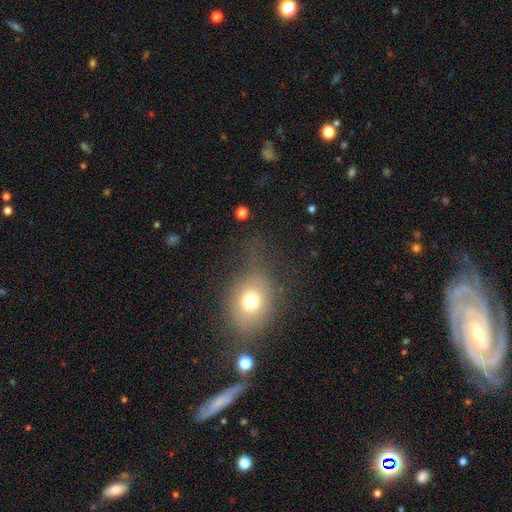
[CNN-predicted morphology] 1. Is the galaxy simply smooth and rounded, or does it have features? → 64% smooth, 20% star or artifact, 16% featured or disk.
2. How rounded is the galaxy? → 54% round, 44% in between, 3% cigar-shaped.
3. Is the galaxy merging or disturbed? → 66% none, 20% minor disturbance, 9% major disturbance, 5% merger.